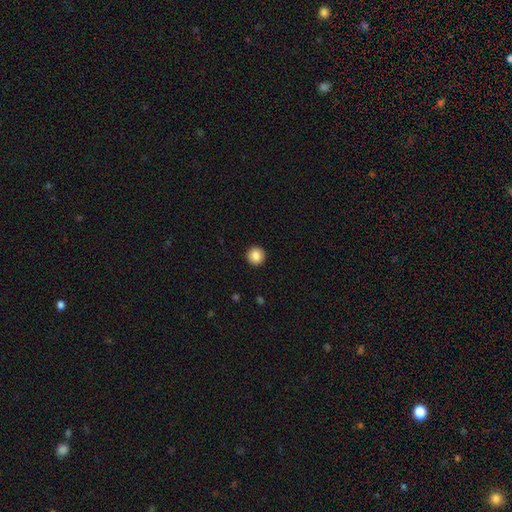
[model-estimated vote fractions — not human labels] Smooth or featured: smooth — 86% (star or artifact — 9%)
How rounded: round — 96% (in between — 4%)
Merging: none — 94% (minor disturbance — 4%)